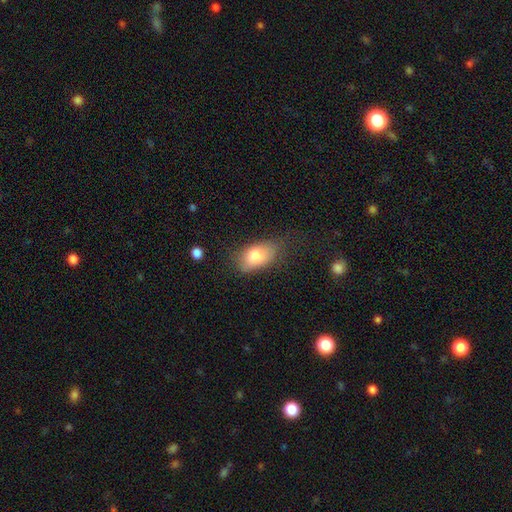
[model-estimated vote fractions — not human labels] Smooth or featured: smooth — 80% (featured or disk — 12%)
How rounded: in between — 90% (round — 7%)
Merging: none — 58% (minor disturbance — 29%)